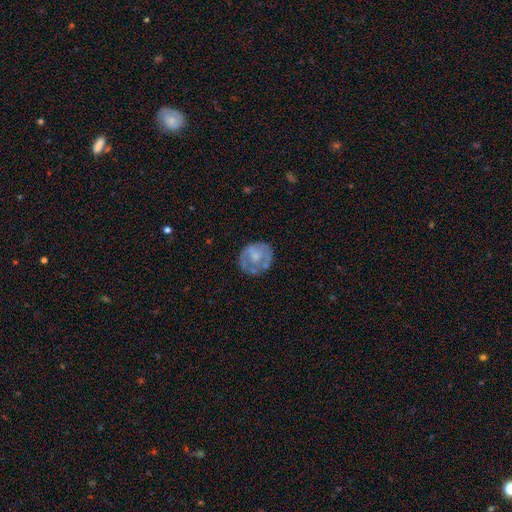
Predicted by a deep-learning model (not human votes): The model was most divided on "smooth or featured": smooth: 47%, featured or disk: 46%, star or artifact: 7%. More confident: merging — none (63%).